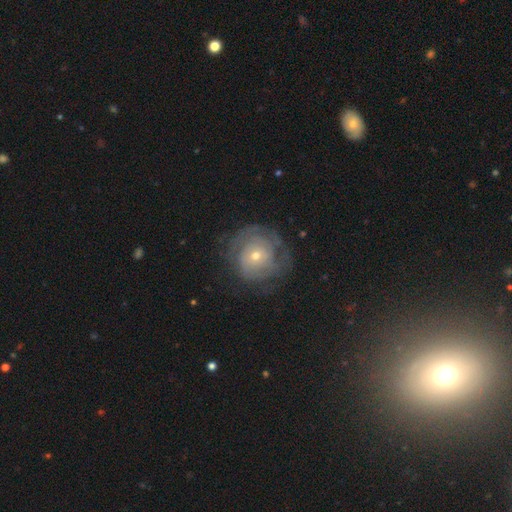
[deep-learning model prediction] smooth-or-featured: featured or disk: 66% | smooth: 26% | star or artifact: 8%
  disk-edge-on: no: 97% | yes: 3%
    bar: no: 79% | weak: 17% | strong: 4%
    has-spiral-arms: yes: 75% | no: 25%
    bulge-size: small: 57% | moderate: 38% | large: 2% | none: 1% | dominant: 1%
  merging: none: 66% | minor disturbance: 19% | major disturbance: 14% | merger: 1%